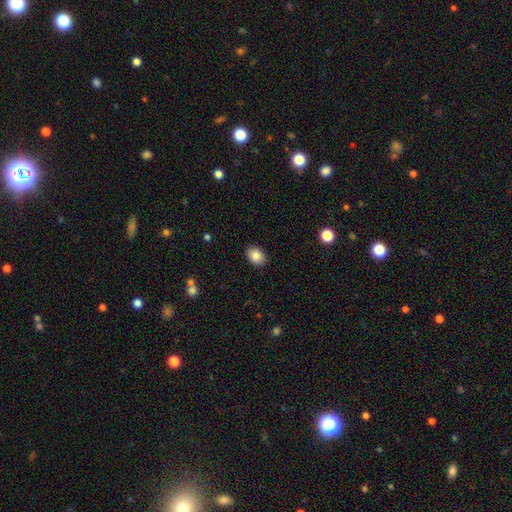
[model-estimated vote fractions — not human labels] This is clearly a smooth galaxy (87%). How rounded: likely in between (70%). Merging: clearly none (89%).